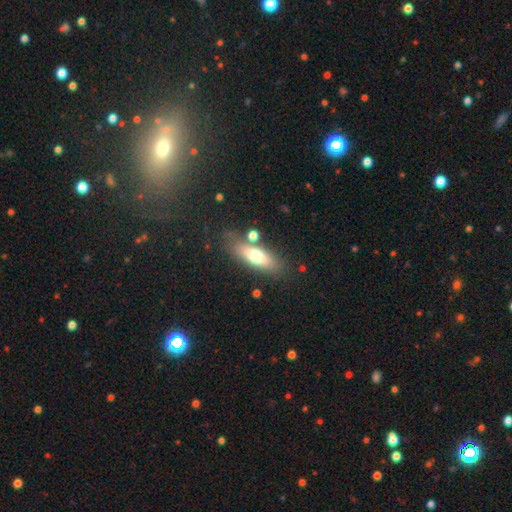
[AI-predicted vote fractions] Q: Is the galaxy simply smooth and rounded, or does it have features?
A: smooth — 63%.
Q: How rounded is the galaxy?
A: in between — 58%.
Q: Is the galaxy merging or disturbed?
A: none — 75%.